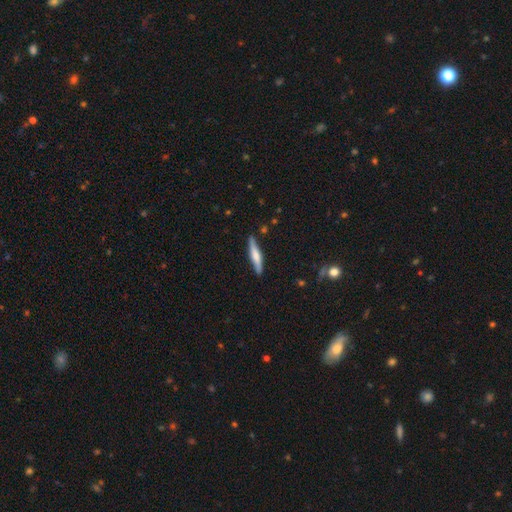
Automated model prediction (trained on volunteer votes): Morphology: type=smooth (52%); roundness=cigar-shaped (88%); merging=none (84%).